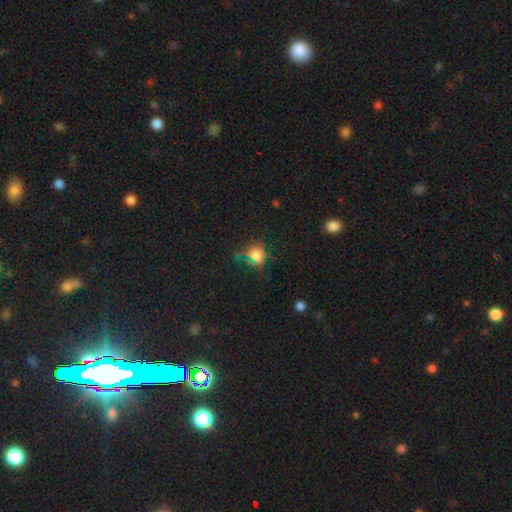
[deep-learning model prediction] This appears to be a smooth galaxy with no disk features (73%) that is round (80%). Merging: none (69%).